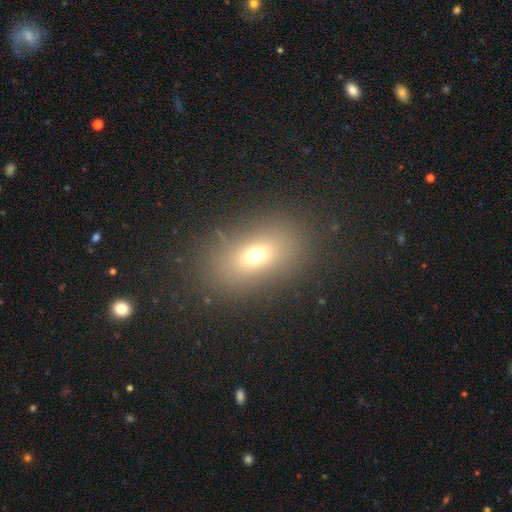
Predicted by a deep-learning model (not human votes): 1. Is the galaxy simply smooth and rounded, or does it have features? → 67% smooth, 17% star or artifact, 16% featured or disk.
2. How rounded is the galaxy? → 76% in between, 21% round, 4% cigar-shaped.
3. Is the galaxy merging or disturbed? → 83% none, 9% minor disturbance, 6% major disturbance, 2% merger.